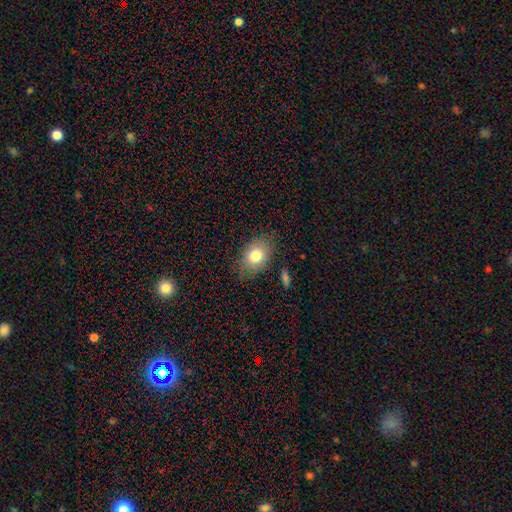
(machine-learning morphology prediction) A smooth galaxy with no disk features (77%) that is in between round and cigar-shaped (77%). Merging: none (77%).